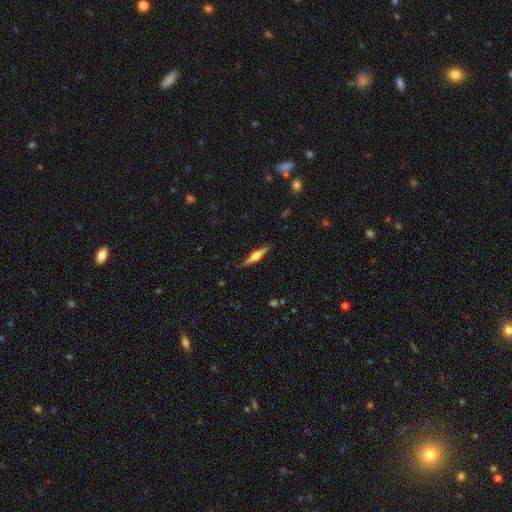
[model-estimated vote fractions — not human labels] Smooth or featured?
  - featured or disk: 67% *
  - smooth: 27%
  - star or artifact: 6%
Edge-on disk?
  - yes: 97% *
  - no: 3%
Edge-on bulge?
  - rounded: 89% *
  - boxy: 8%
  - none: 3%
Merging?
  - none: 88% *
  - minor disturbance: 9%
  - major disturbance: 2%
  - merger: 1%